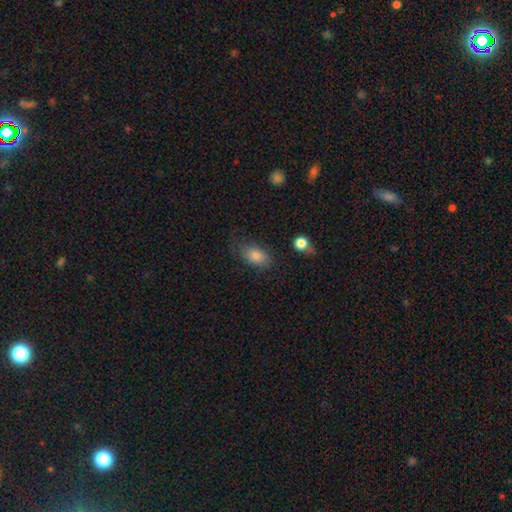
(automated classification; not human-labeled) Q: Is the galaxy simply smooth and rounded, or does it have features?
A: smooth — 80%.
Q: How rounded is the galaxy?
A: in between — 85%.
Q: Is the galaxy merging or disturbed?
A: none — 66%.